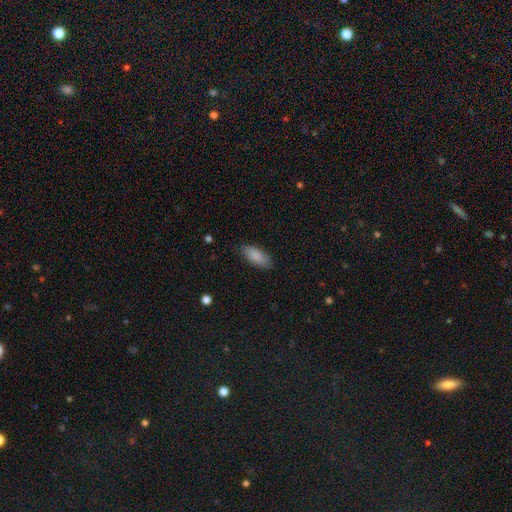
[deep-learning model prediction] Morphology: type=smooth (88%); roundness=in between (84%); merging=none (86%).